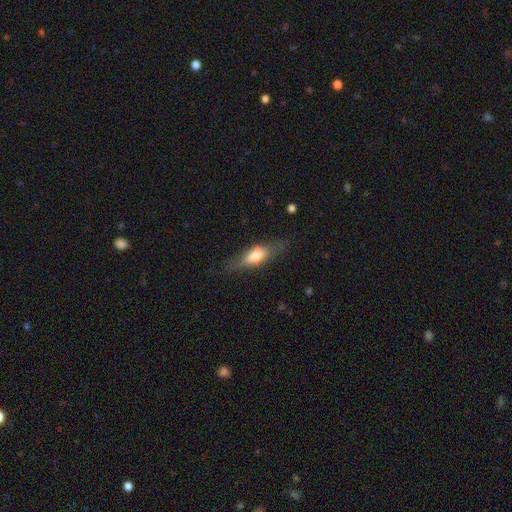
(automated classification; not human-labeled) Smooth or featured: smooth — 55% (featured or disk — 38%)
How rounded: in between — 55% (cigar-shaped — 41%)
Merging: none — 70% (minor disturbance — 20%)